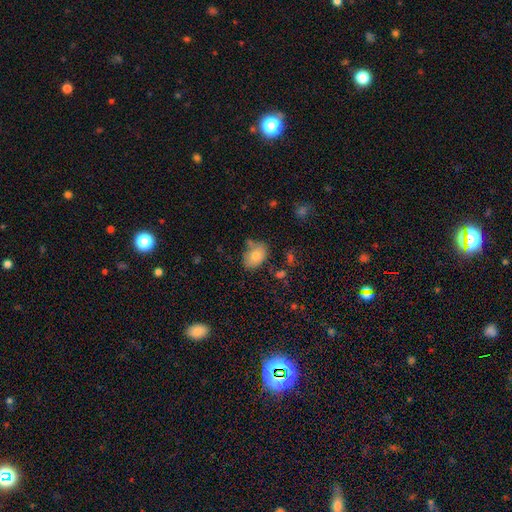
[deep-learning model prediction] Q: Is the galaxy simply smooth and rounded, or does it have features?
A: smooth — 78%.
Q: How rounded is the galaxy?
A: in between — 79%.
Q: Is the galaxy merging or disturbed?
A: none — 64%.